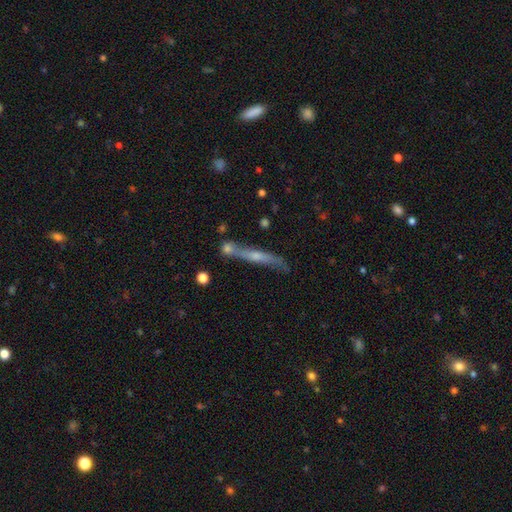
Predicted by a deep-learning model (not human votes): smooth-or-featured: featured or disk: 62% | smooth: 26% | star or artifact: 12%
  disk-edge-on: yes: 86% | no: 14%
    edge-on-bulge: rounded: 69% | none: 23% | boxy: 7%
  merging: none: 65% | minor disturbance: 17% | merger: 12% | major disturbance: 6%